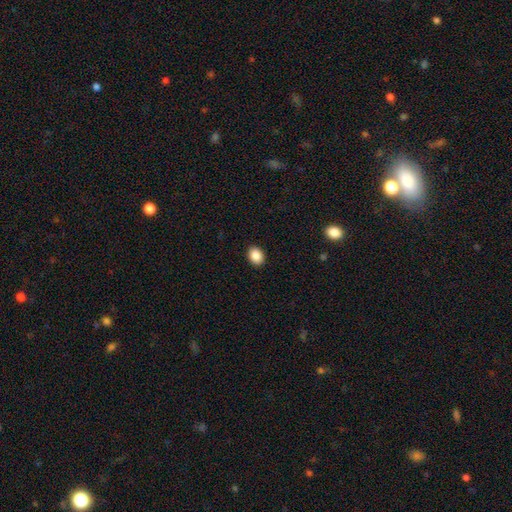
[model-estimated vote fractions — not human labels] Smooth or featured? Predicted: smooth (p=0.88). How rounded? Predicted: in between (p=0.58). Merging? Predicted: none (p=0.92).